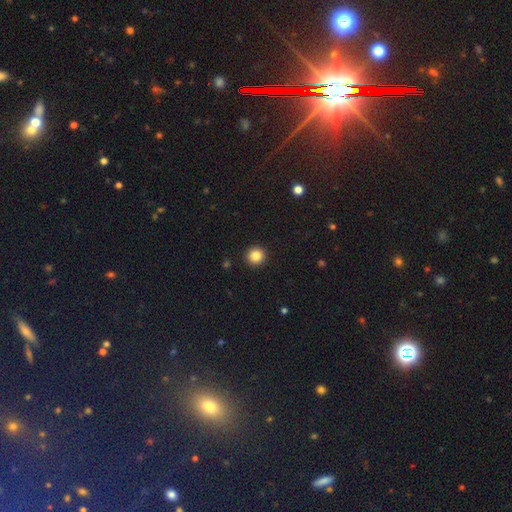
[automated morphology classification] smooth_or_featured: smooth (p=0.85) [alt: star or artifact p=0.11]
how_rounded: round (p=0.95) [alt: in between p=0.04]
merging: none (p=0.93) [alt: minor disturbance p=0.04]